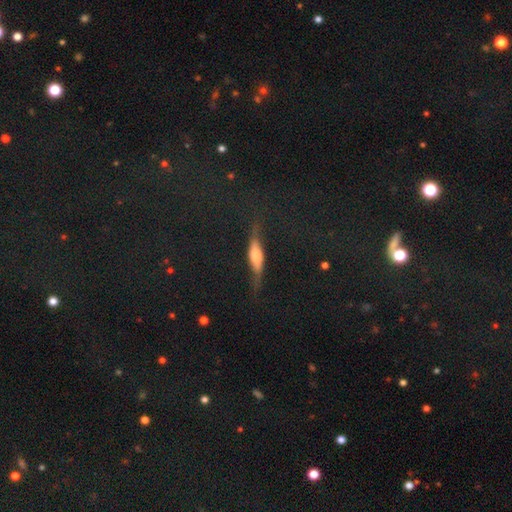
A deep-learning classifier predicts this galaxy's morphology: This is possibly a featured or disk galaxy (49%). Merging: likely none (63%).